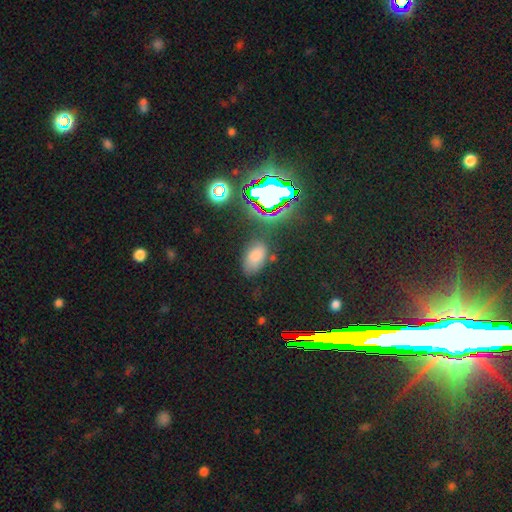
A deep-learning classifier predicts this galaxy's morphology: smooth 68%, star or artifact 22%, featured or disk 9%. Down the decision tree: how rounded — in between (92%); merging — none (73%).